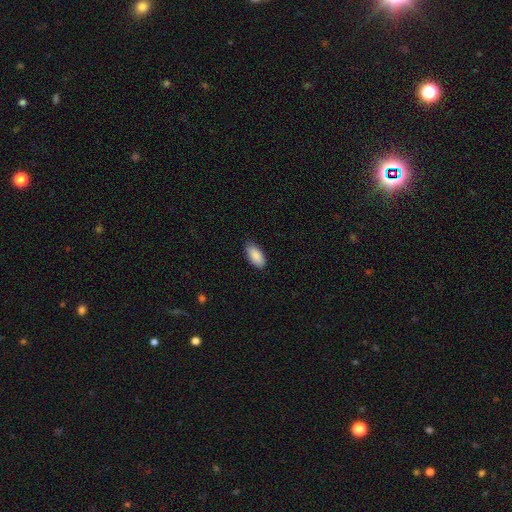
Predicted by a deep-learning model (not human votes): Smooth or featured? smooth (89%)
How rounded? in between (92%)
Merging? none (83%)